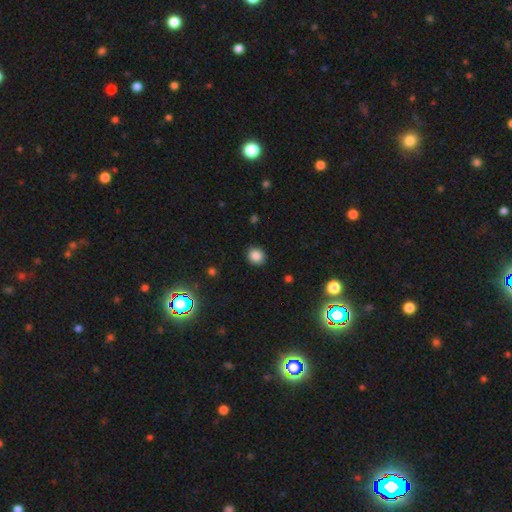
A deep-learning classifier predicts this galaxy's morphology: Smooth or featured?
  - smooth: 84% *
  - star or artifact: 11%
  - featured or disk: 5%
How rounded?
  - round: 82% *
  - in between: 17%
  - cigar-shaped: 1%
Merging?
  - none: 90% *
  - minor disturbance: 7%
  - major disturbance: 2%
  - merger: 1%